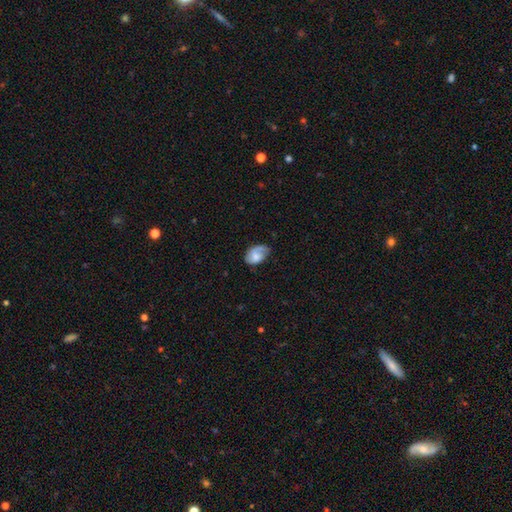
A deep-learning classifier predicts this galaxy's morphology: Smooth or featured: smooth — 53% (featured or disk — 39%)
How rounded: in between — 85% (round — 14%)
Merging: none — 50% (minor disturbance — 32%)